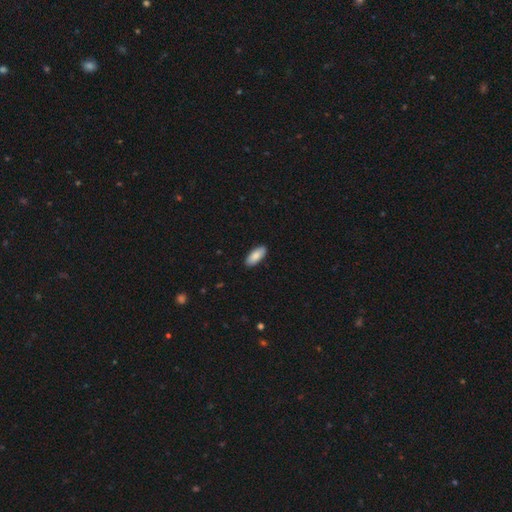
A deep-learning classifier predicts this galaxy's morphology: Smooth or featured? smooth (87%)
How rounded? in between (85%)
Merging? none (89%)